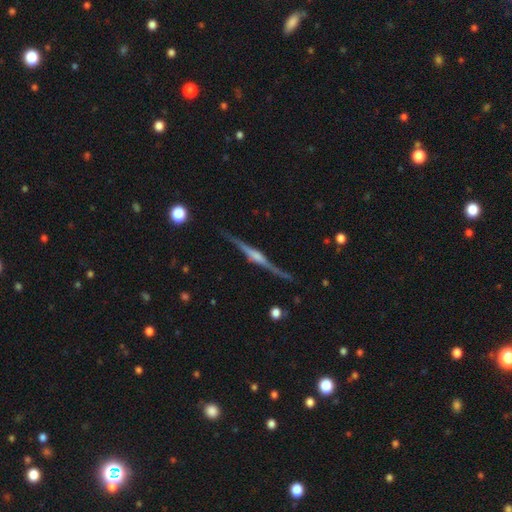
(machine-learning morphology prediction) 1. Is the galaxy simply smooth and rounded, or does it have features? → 87% featured or disk, 7% smooth, 6% star or artifact.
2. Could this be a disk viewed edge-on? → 98% yes, 2% no.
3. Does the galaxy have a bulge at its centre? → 76% rounded, 14% boxy, 9% none.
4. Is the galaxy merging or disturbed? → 90% none, 7% minor disturbance, 2% major disturbance, 1% merger.